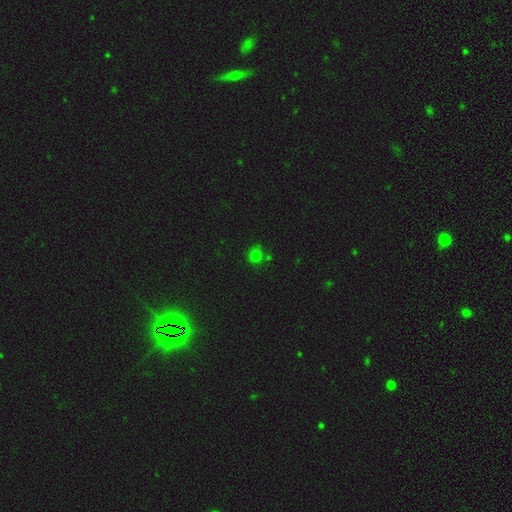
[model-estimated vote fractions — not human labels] smooth 72%, star or artifact 22%, featured or disk 6%. Down the decision tree: how rounded — round (84%); merging — none (73%).